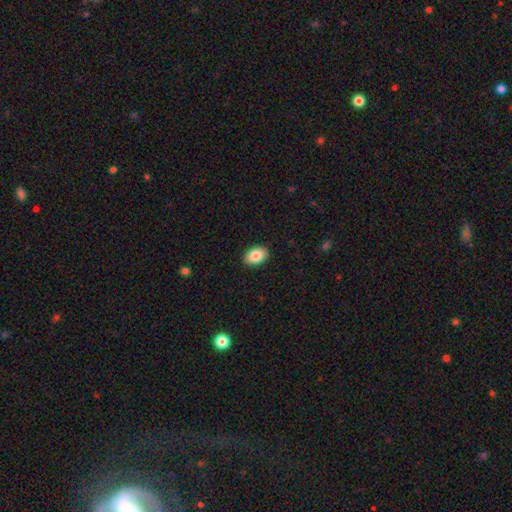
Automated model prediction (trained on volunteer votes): Q: Smooth or featured?
A: smooth (86%); runner-up: star or artifact (7%)
Q: How rounded?
A: in between (86%); runner-up: round (13%)
Q: Merging?
A: none (90%); runner-up: minor disturbance (7%)